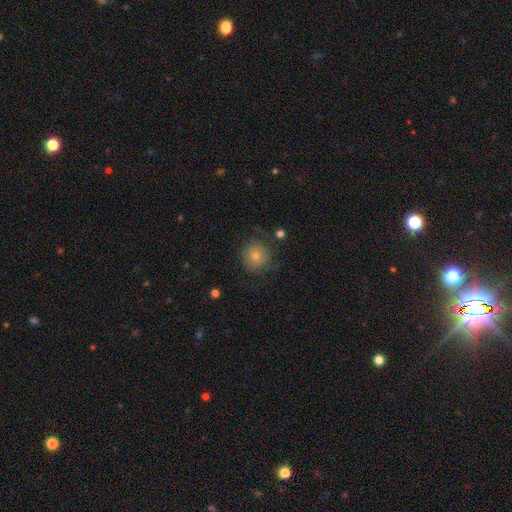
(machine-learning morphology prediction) Overall: smooth (63%; featured or disk 23%). How rounded: round (92%). Merging: none (78%).